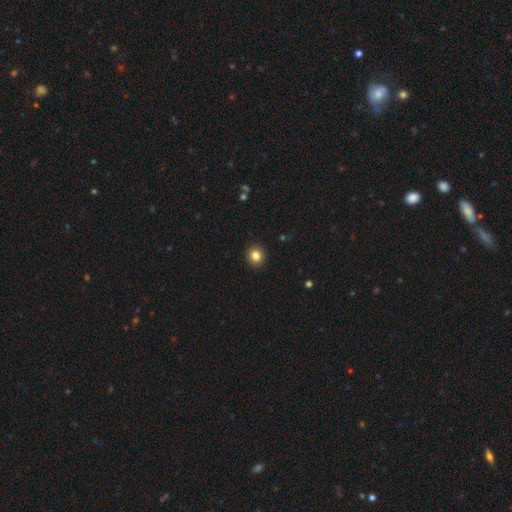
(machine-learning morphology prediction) This appears to be a smooth galaxy with no disk features (83%) that is round (89%). Merging: none (92%).